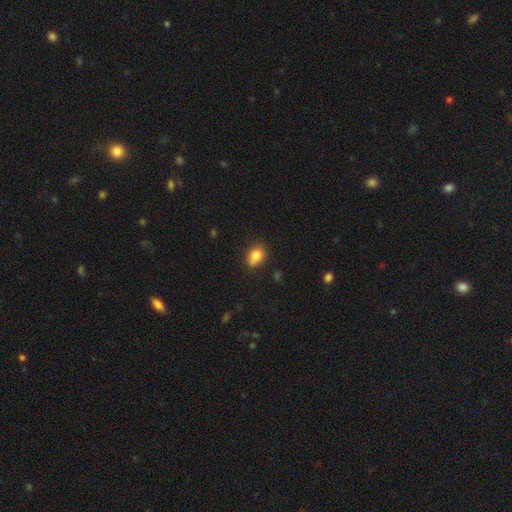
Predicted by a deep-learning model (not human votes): smooth-or-featured: smooth: 83% | star or artifact: 10% | featured or disk: 7%
  how-rounded: in between: 58% | round: 41% | cigar-shaped: 1%
  merging: none: 68% | minor disturbance: 21% | merger: 6% | major disturbance: 4%